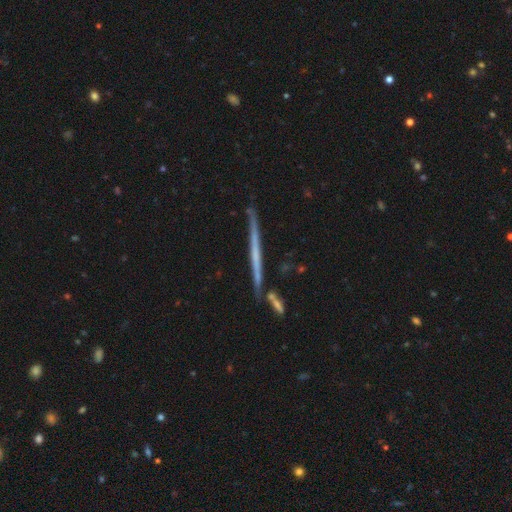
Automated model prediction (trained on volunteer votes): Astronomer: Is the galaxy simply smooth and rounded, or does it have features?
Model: featured or disk — 64%.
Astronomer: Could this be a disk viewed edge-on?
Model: yes — 97%.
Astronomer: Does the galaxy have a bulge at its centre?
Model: none — 83%.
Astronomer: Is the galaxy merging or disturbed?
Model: none — 82%.